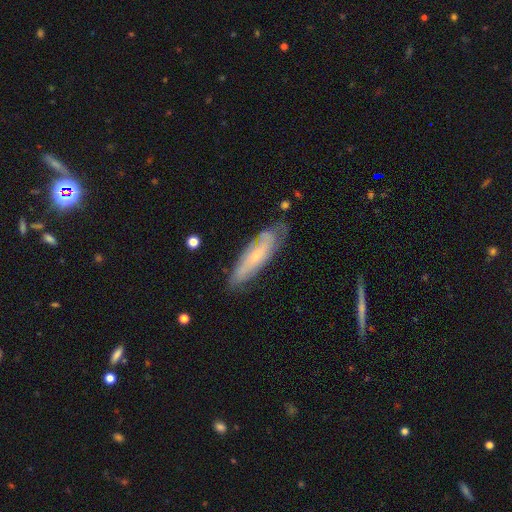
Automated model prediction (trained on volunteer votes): Morphology: type=featured or disk (53%); edge-on=no (66%); merging=none (71%).